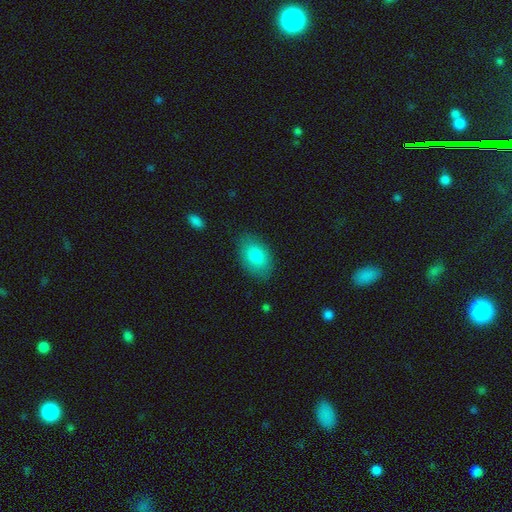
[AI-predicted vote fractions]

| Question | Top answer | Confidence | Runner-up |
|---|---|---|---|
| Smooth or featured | smooth | 82% | featured or disk (11%) |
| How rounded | in between | 89% | round (10%) |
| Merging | none | 82% | minor disturbance (14%) |